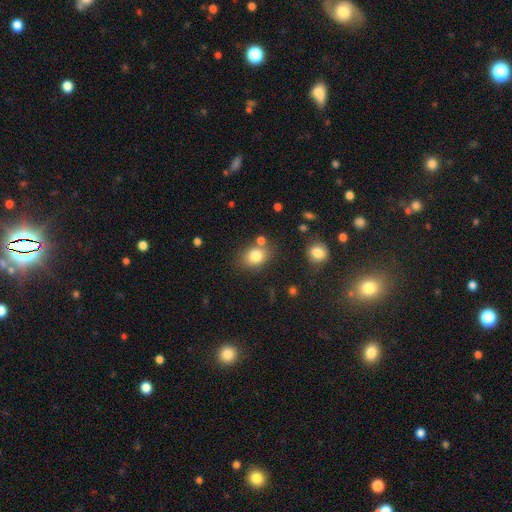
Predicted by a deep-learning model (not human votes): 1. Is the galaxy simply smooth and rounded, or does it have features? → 81% smooth, 10% star or artifact, 9% featured or disk.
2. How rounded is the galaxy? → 56% in between, 43% round, 1% cigar-shaped.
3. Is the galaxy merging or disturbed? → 70% none, 14% minor disturbance, 12% merger, 4% major disturbance.